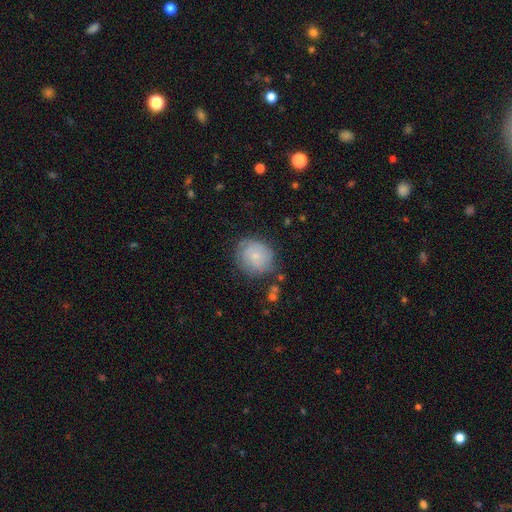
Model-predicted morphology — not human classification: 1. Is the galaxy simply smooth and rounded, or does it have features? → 60% smooth, 32% featured or disk, 8% star or artifact.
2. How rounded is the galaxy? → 81% round, 18% in between, 1% cigar-shaped.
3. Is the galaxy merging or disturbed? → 66% none, 23% minor disturbance, 8% major disturbance, 3% merger.